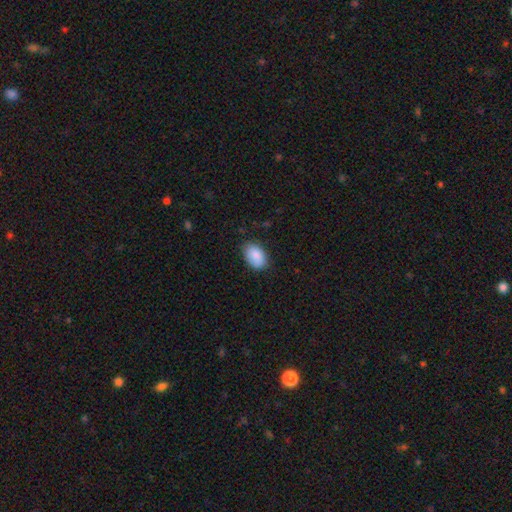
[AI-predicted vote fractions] Smooth or featured: smooth — 88% (star or artifact — 7%)
How rounded: in between — 90% (round — 9%)
Merging: none — 82% (minor disturbance — 14%)